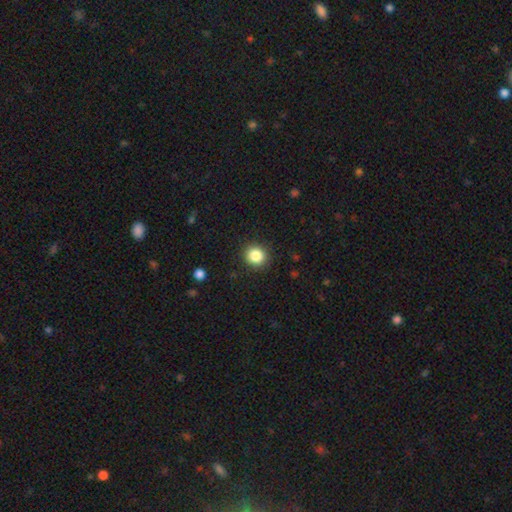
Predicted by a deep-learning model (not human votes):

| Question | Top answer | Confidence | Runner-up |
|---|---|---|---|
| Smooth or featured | smooth | 85% | star or artifact (10%) |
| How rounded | round | 88% | in between (11%) |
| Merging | none | 90% | minor disturbance (6%) |